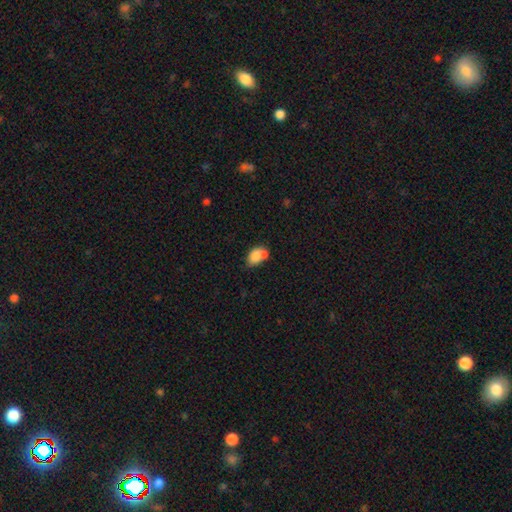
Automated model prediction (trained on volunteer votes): A smooth galaxy with no disk features (78%) that is in between round and cigar-shaped (80%). Merging: merger (44%).